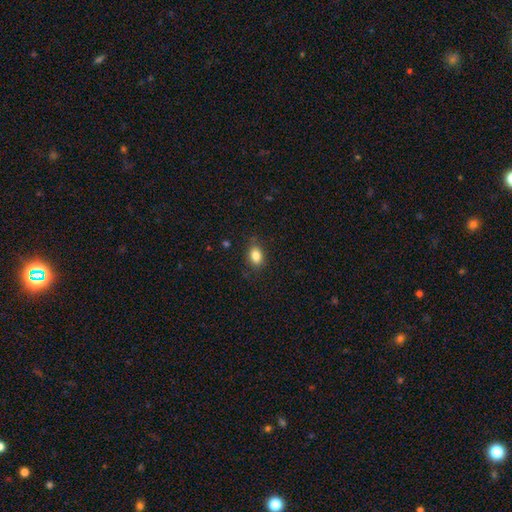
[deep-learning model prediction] smooth 84%, star or artifact 10%, featured or disk 6%. Down the decision tree: how rounded — in between (74%); merging — none (82%).